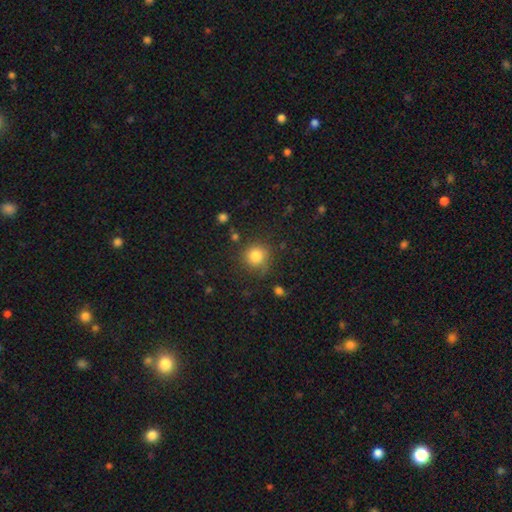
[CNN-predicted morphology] The model was most divided on "merging": none: 77%, minor disturbance: 15%, major disturbance: 5%, merger: 4%. More confident: how rounded — round (91%); smooth or featured — smooth (83%).